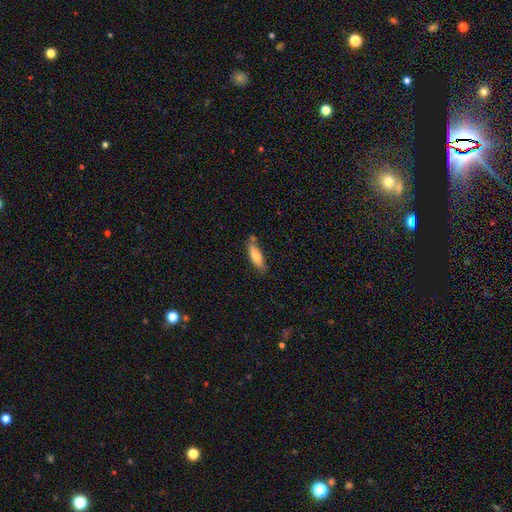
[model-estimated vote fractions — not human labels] The model was most divided on "how rounded": cigar-shaped: 52%, in between: 46%, round: 2%. More confident: smooth or featured — smooth (81%); merging — none (65%).